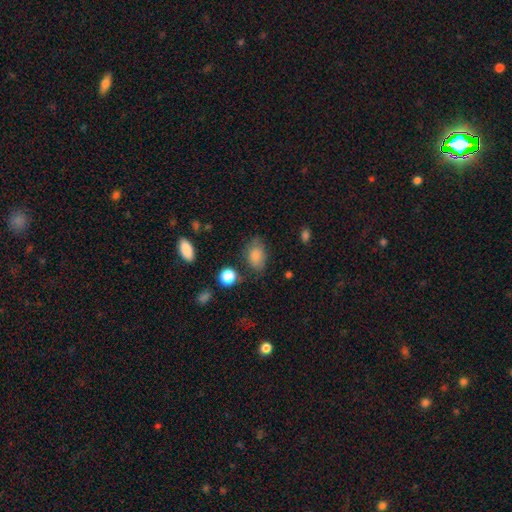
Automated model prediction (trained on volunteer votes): smooth 84%, star or artifact 10%, featured or disk 7%. Down the decision tree: how rounded — in between (81%); merging — none (65%).